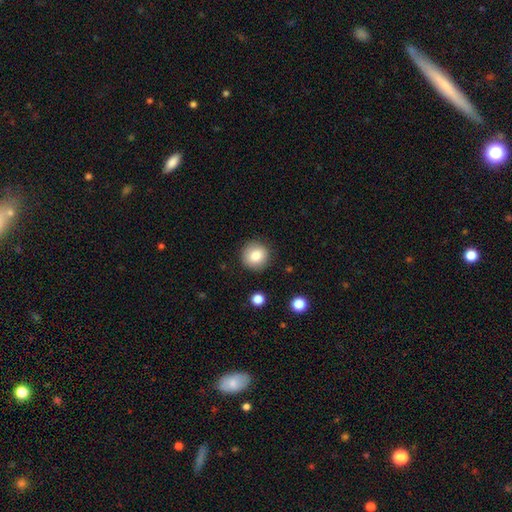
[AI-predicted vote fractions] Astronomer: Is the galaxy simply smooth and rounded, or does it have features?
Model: smooth — 83%.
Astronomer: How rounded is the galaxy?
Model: round — 93%.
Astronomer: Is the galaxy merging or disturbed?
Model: none — 89%.